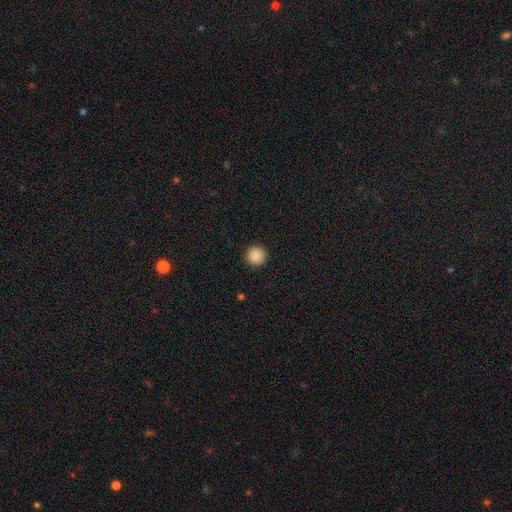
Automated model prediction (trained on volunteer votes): smooth-or-featured: smooth: 88% | star or artifact: 9% | featured or disk: 3%
  how-rounded: round: 95% | in between: 4% | cigar-shaped: 1%
  merging: none: 92% | minor disturbance: 5% | major disturbance: 2% | merger: 1%